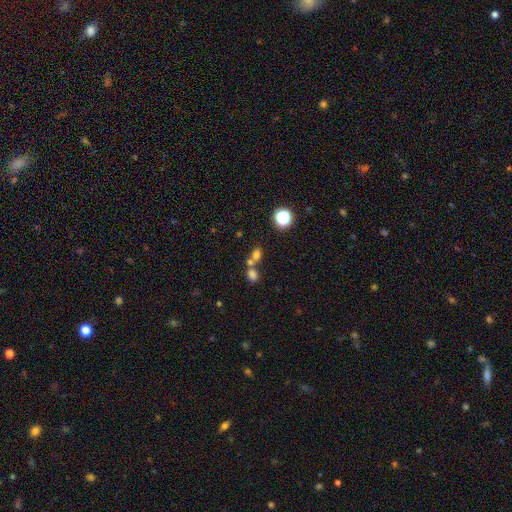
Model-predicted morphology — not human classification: Smooth or featured: smooth — 62% (star or artifact — 26%)
How rounded: round — 55% (in between — 42%)
Merging: merger — 50% (none — 40%)